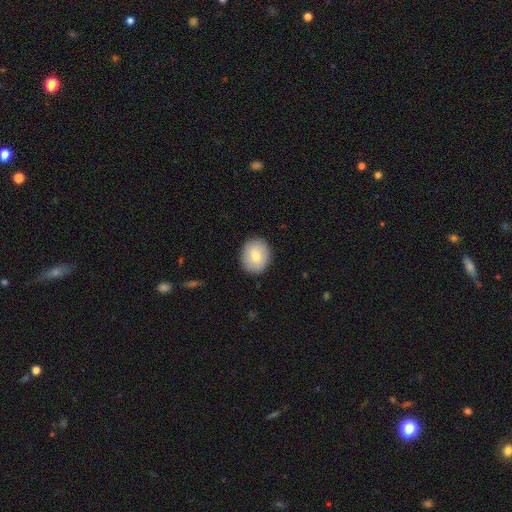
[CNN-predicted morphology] Q: Smooth or featured?
A: smooth (74%); runner-up: featured or disk (19%)
Q: How rounded?
A: round (70%); runner-up: in between (29%)
Q: Merging?
A: none (89%); runner-up: minor disturbance (8%)